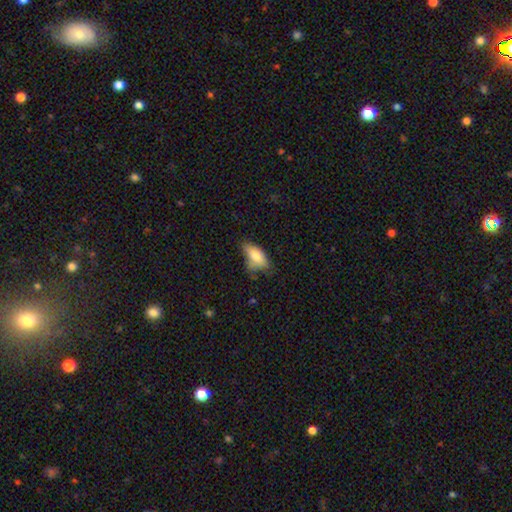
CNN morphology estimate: Overall: smooth (76%). How rounded: in between (88%). Merging: none (44%; minor disturbance 37%).